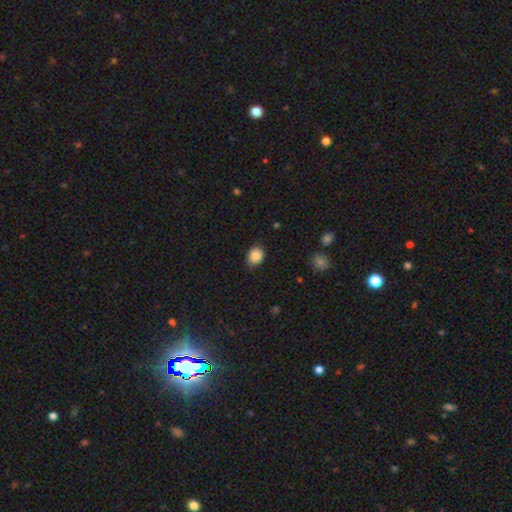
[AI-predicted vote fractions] A smooth galaxy with no disk features (87%) that is round (66%). Merging: none (75%).